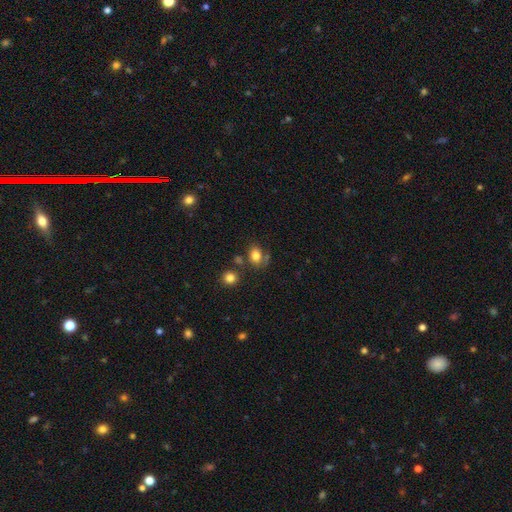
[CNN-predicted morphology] smooth_or_featured: smooth (p=0.79) [alt: star or artifact p=0.11]
how_rounded: in between (p=0.67) [alt: round p=0.32]
merging: none (p=0.61) [alt: minor disturbance p=0.17]